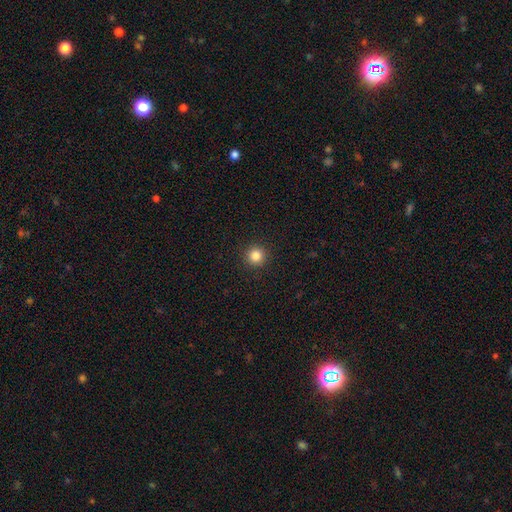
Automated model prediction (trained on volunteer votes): Q: Smooth or featured?
A: smooth (84%); runner-up: star or artifact (12%)
Q: How rounded?
A: round (96%); runner-up: in between (3%)
Q: Merging?
A: none (93%); runner-up: minor disturbance (4%)